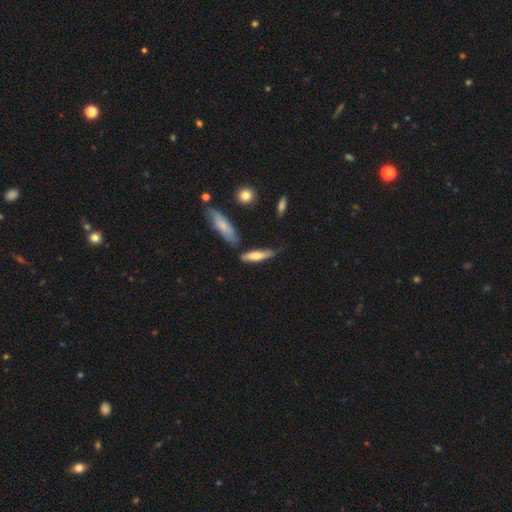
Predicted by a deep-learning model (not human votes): Morphology: type=smooth (60%); roundness=cigar-shaped (73%); merging=none (69%).